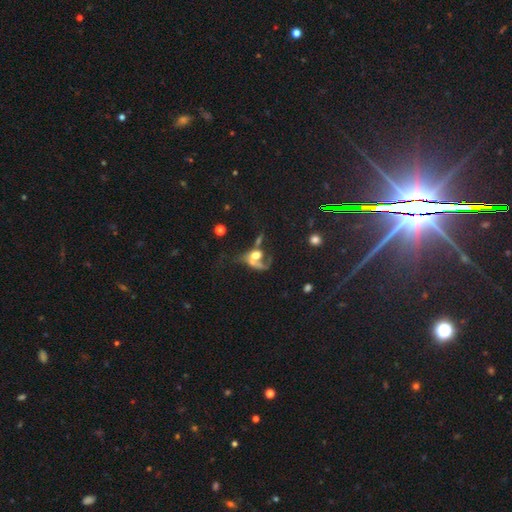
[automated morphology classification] This appears to be a featured or disk galaxy (46%). Merging: merger (48%).